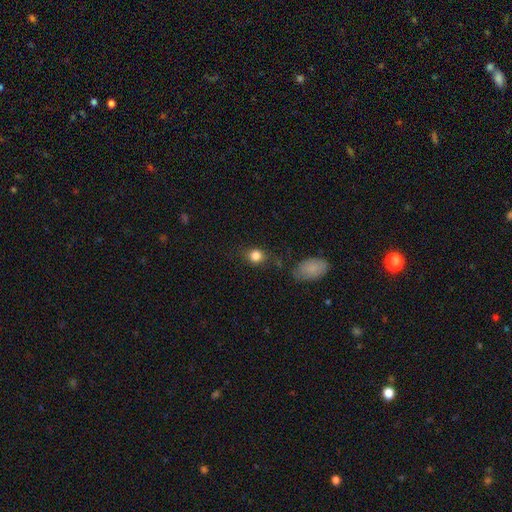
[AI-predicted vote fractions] A smooth galaxy with no disk features (83%) that is round (72%). Merging: none (73%).